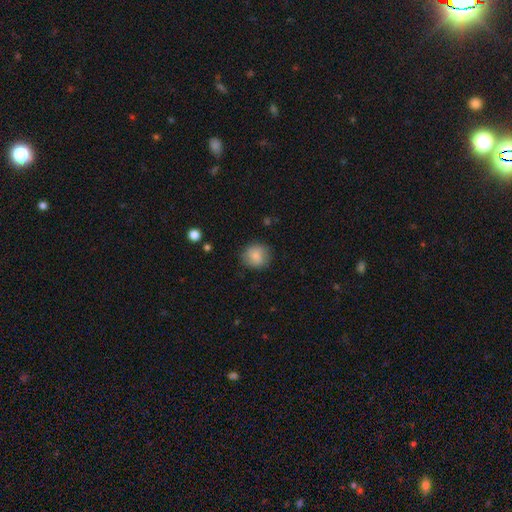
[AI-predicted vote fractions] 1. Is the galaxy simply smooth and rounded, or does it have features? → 84% smooth, 8% featured or disk, 8% star or artifact.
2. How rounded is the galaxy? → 87% round, 12% in between, 1% cigar-shaped.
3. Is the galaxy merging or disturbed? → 84% none, 12% minor disturbance, 3% major disturbance, 1% merger.